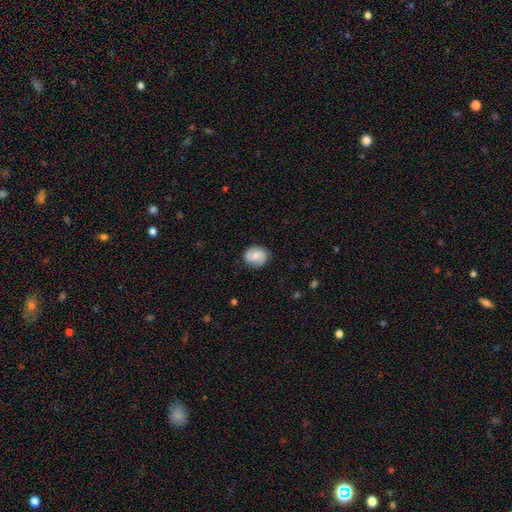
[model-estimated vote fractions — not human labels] Q: Smooth or featured?
A: smooth (48%); runner-up: featured or disk (44%)
Q: Merging?
A: none (81%); runner-up: minor disturbance (14%)